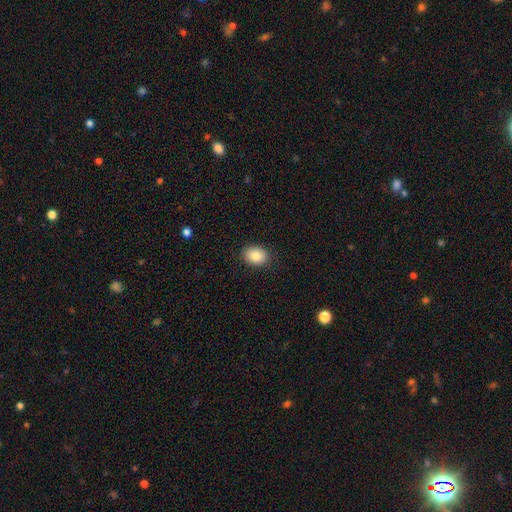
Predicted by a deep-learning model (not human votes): A smooth galaxy with no disk features (84%) that is in between round and cigar-shaped (61%). Merging: none (88%).